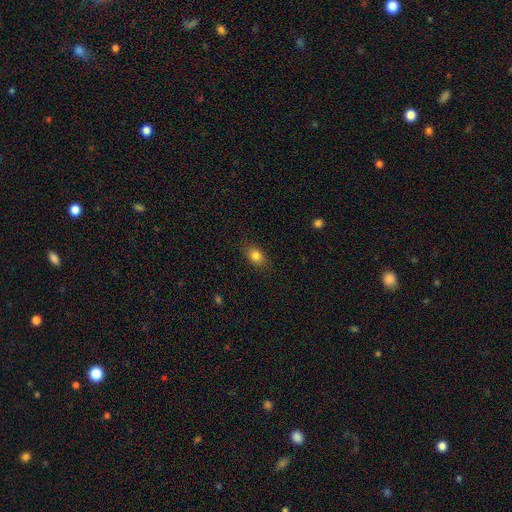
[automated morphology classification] Smooth or featured? Predicted: smooth (p=0.82). How rounded? Predicted: in between (p=0.73). Merging? Predicted: none (p=0.82).